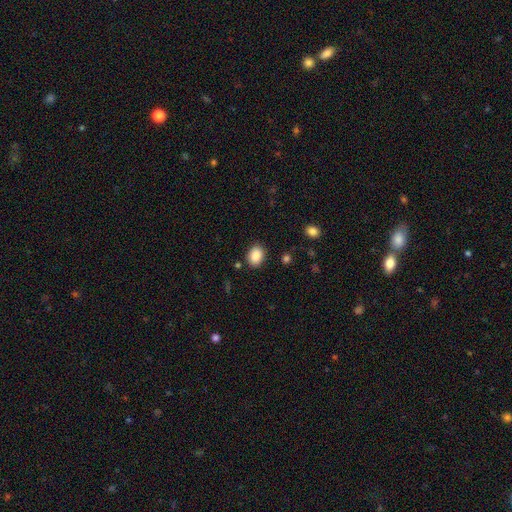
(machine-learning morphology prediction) A smooth galaxy with no disk features (88%) that is in between round and cigar-shaped (65%). Merging: none (86%).